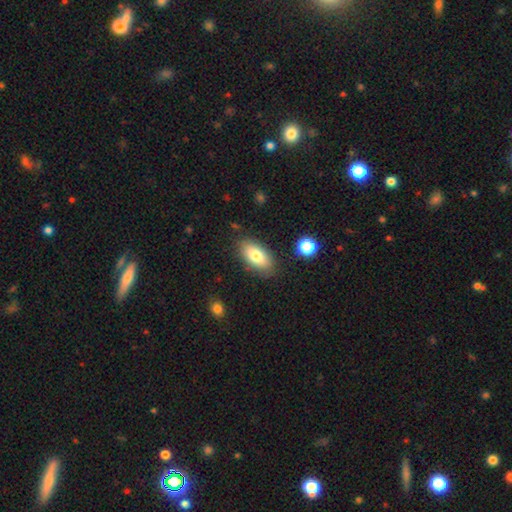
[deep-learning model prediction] Smooth or featured? Predicted: smooth (p=0.77). How rounded? Predicted: in between (p=0.91). Merging? Predicted: none (p=0.83).